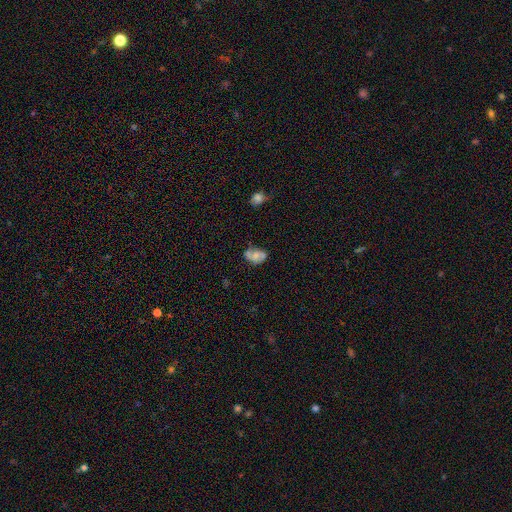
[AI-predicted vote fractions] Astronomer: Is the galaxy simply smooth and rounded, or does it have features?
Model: smooth — 51% (runner-up: featured or disk, 39%).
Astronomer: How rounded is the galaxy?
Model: in between — 83%.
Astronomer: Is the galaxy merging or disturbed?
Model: none — 55%.